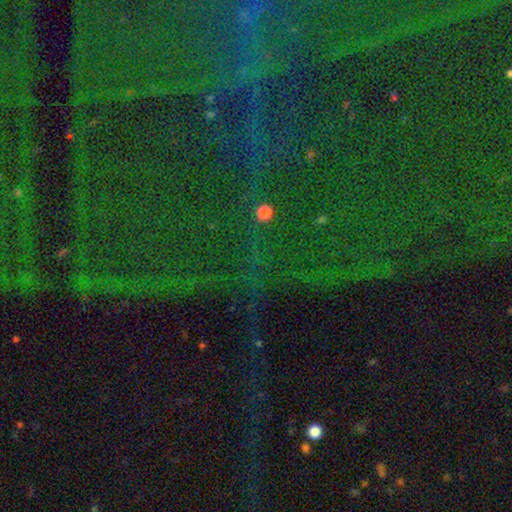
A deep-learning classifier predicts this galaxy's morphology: star or artifact 83%, smooth 9%, featured or disk 8%.